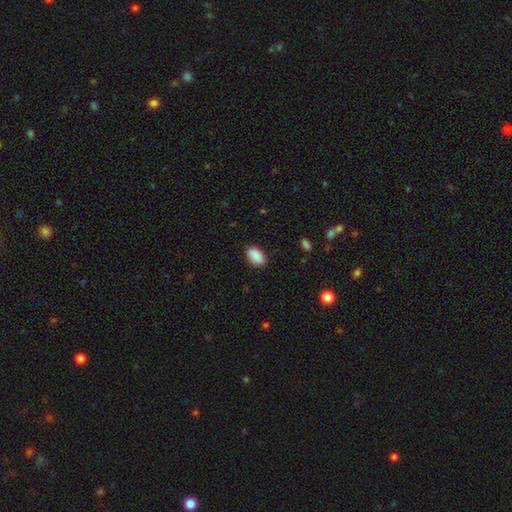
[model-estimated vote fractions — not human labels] Q: Smooth or featured?
A: smooth (88%); runner-up: star or artifact (7%)
Q: How rounded?
A: in between (91%); runner-up: round (8%)
Q: Merging?
A: none (83%); runner-up: minor disturbance (13%)